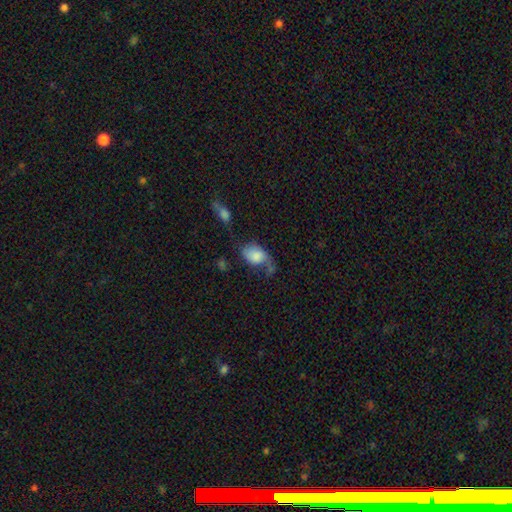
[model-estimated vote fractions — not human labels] This is likely a smooth galaxy (71%). How rounded: clearly in between (82%). Merging: marginally none (30%, tied with major disturbance).